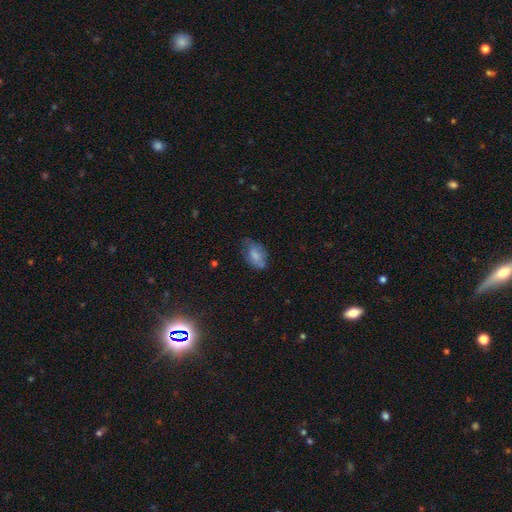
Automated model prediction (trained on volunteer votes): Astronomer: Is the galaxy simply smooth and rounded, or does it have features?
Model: smooth — 71%.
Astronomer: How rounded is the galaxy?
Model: in between — 90%.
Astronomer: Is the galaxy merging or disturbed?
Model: none — 50% (runner-up: minor disturbance, 34%).